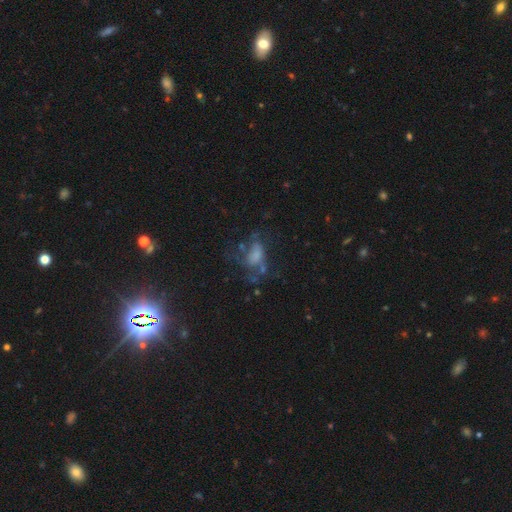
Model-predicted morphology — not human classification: smooth-or-featured: featured or disk: 47% | smooth: 37% | star or artifact: 16%
  merging: major disturbance: 39% | none: 34% | minor disturbance: 19% | merger: 8%